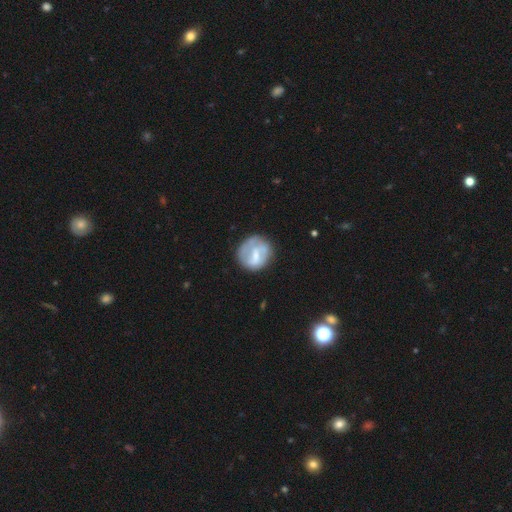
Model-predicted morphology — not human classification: Smooth or featured? featured or disk (52%)
Edge-on disk? no (97%)
Bar? weak (49%)
Spiral arms? no (51%)
Bulge size? small (46%)
Merging? none (64%)